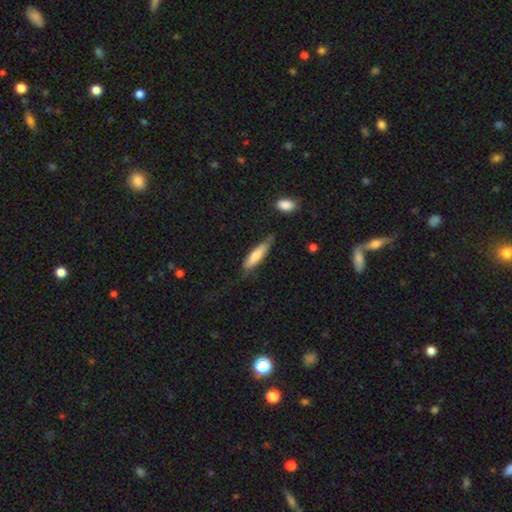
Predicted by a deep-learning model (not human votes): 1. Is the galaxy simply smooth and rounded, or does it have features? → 72% smooth, 22% featured or disk, 6% star or artifact.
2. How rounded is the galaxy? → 74% cigar-shaped, 24% in between, 1% round.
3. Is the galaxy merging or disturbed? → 60% none, 28% minor disturbance, 8% major disturbance, 3% merger.